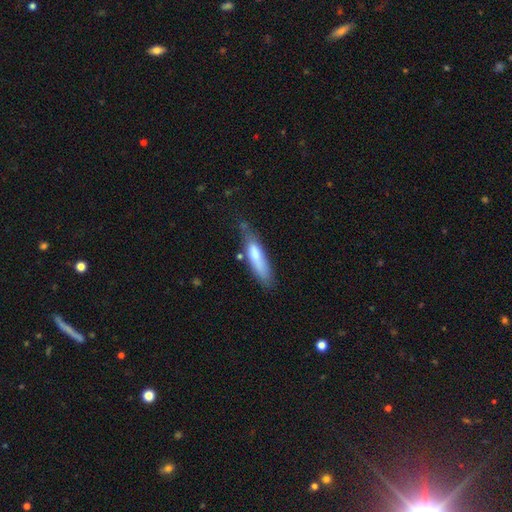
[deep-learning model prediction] Smooth or featured? smooth (73%)
How rounded? cigar-shaped (68%)
Merging? none (63%)